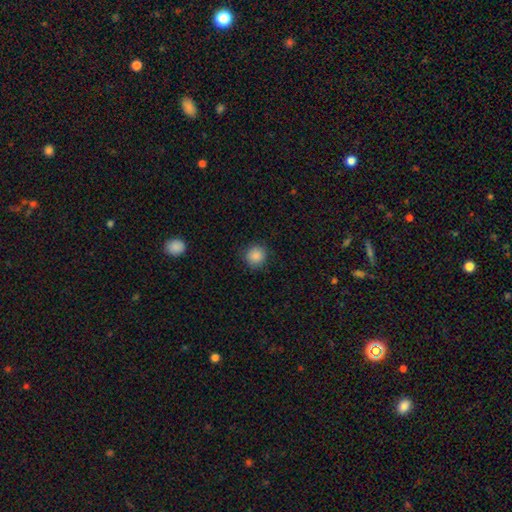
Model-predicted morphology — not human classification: smooth 87%, star or artifact 10%, featured or disk 3%. Down the decision tree: how rounded — round (92%); merging — none (89%).